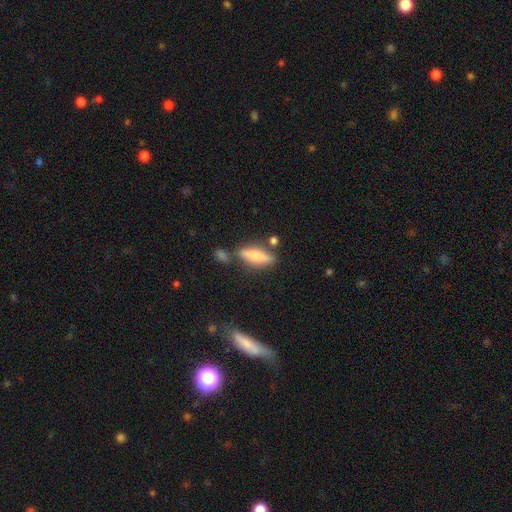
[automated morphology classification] The model was most divided on "how rounded": cigar-shaped: 58%, in between: 39%, round: 3%. More confident: merging — none (70%); smooth or featured — smooth (61%).